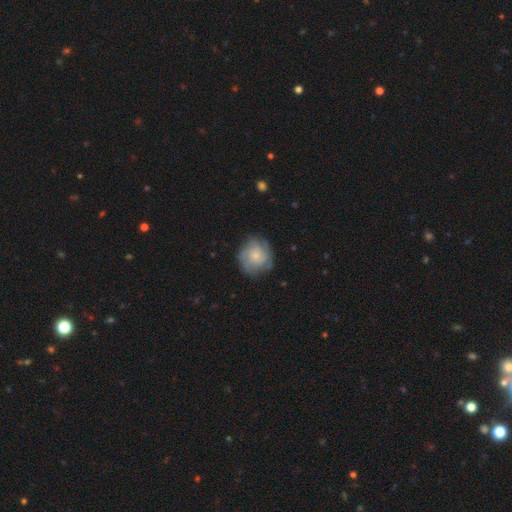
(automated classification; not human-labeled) A featured or disk galaxy (50%). Merging: none (74%).